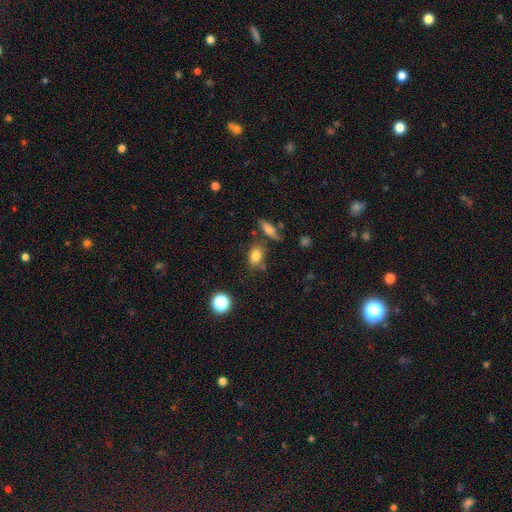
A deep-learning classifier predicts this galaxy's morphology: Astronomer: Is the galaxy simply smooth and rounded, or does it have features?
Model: smooth — 79%.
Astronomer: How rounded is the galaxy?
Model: in between — 70%.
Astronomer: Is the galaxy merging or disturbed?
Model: none — 68%.